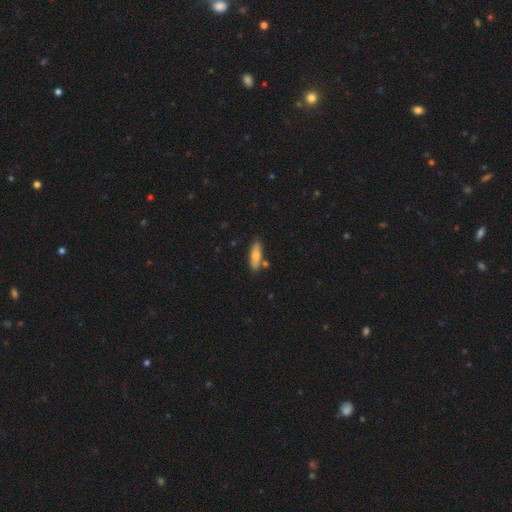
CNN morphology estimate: Smooth or featured: smooth — 69% (featured or disk — 24%)
How rounded: cigar-shaped — 52% (in between — 46%)
Merging: none — 78% (minor disturbance — 12%)